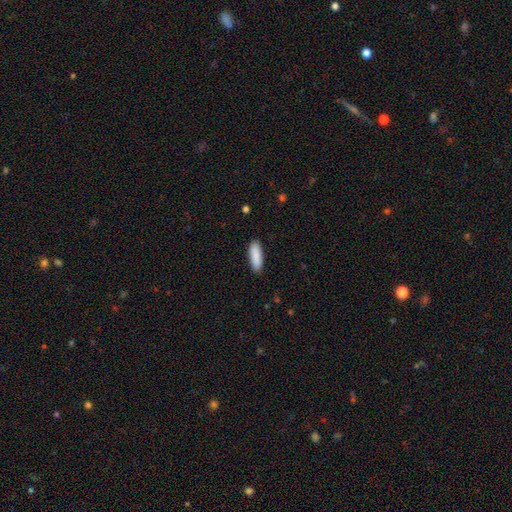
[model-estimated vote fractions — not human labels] Smooth or featured? smooth (90%)
How rounded? cigar-shaped (50%)
Merging? none (89%)